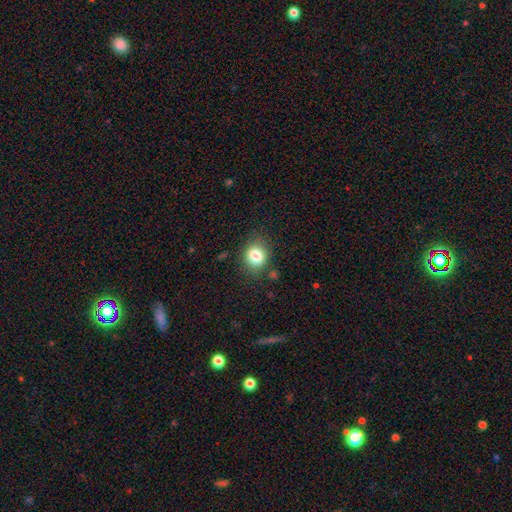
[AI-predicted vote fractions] Smooth or featured: smooth — 81% (star or artifact — 11%)
How rounded: round — 63% (in between — 36%)
Merging: none — 79% (minor disturbance — 14%)